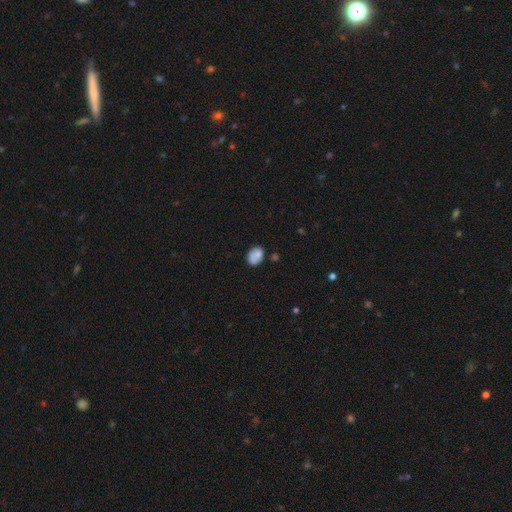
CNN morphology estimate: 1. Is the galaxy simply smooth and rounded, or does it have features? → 78% smooth, 14% featured or disk, 8% star or artifact.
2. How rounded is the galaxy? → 69% in between, 30% round, 1% cigar-shaped.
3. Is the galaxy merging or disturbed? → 63% none, 21% minor disturbance, 10% merger, 6% major disturbance.